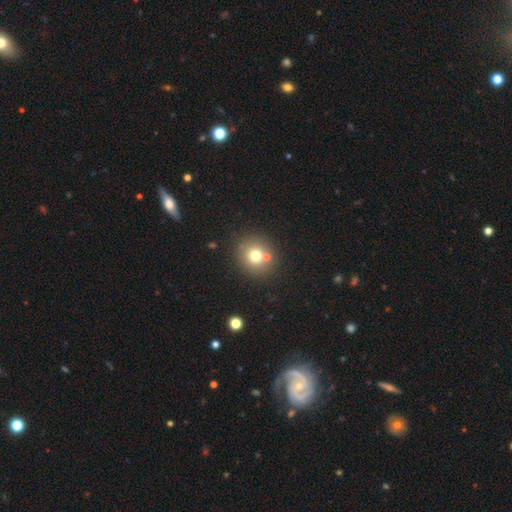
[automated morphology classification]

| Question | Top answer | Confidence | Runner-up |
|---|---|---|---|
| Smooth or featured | smooth | 72% | featured or disk (14%) |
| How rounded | round | 86% | in between (13%) |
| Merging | none | 76% | merger (13%) |